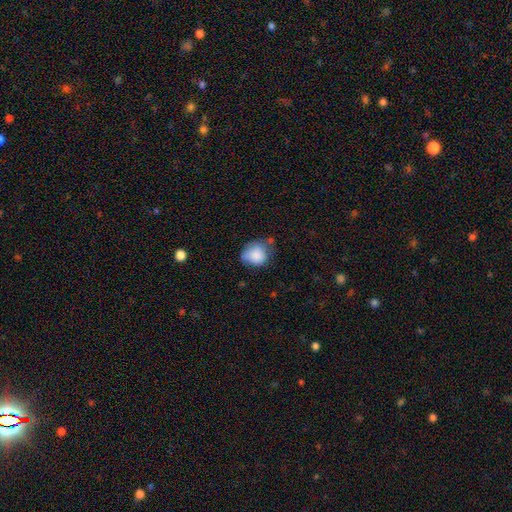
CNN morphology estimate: This appears to be a smooth galaxy with no disk features (83%) that is round (69%). Merging: none (45%).